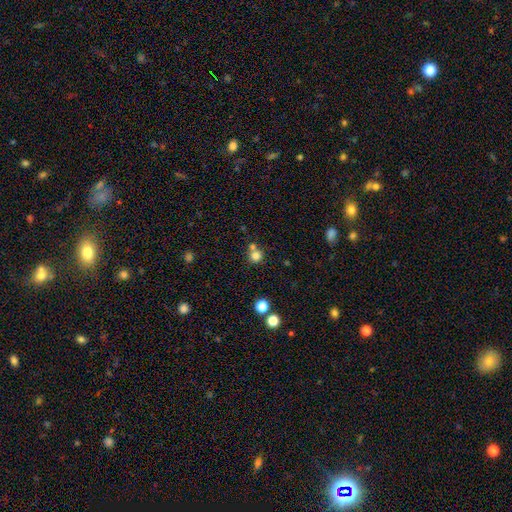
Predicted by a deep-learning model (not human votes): Overall: smooth (78%). How rounded: round (91%). Merging: none (60%; merger 30%).